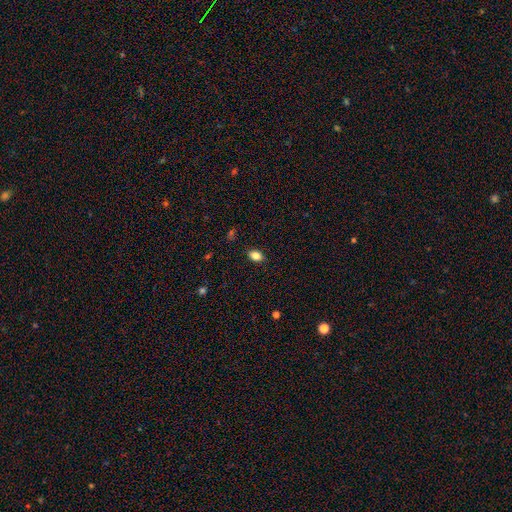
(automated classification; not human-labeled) smooth-or-featured: smooth: 84% | star or artifact: 10% | featured or disk: 6%
  how-rounded: in between: 80% | round: 18% | cigar-shaped: 2%
  merging: none: 87% | minor disturbance: 10% | major disturbance: 2% | merger: 1%